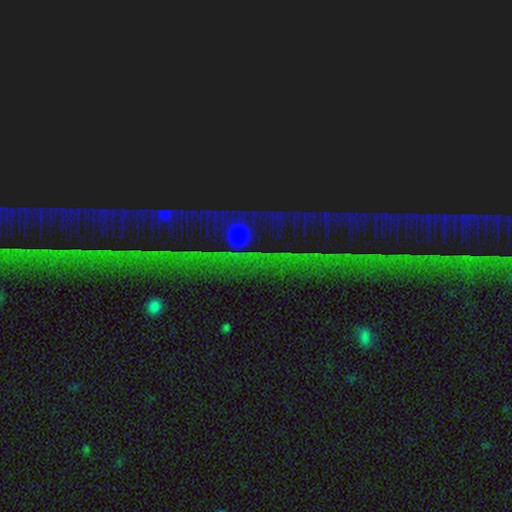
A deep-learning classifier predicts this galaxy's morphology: type=star or artifact (80%).